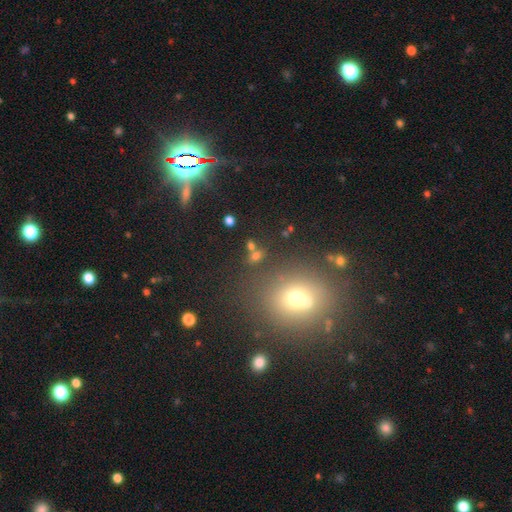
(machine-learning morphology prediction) type=smooth (65%); roundness=in between (59%); merging=none (59%).